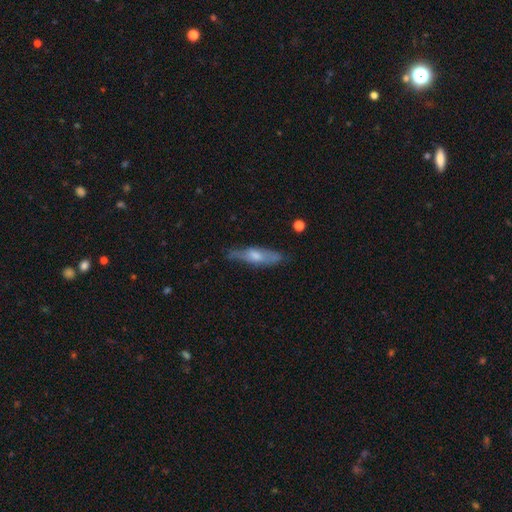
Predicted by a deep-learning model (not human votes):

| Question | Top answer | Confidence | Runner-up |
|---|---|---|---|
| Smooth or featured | featured or disk | 51% | smooth (42%) |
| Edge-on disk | yes | 68% | no (32%) |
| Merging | none | 73% | minor disturbance (20%) |